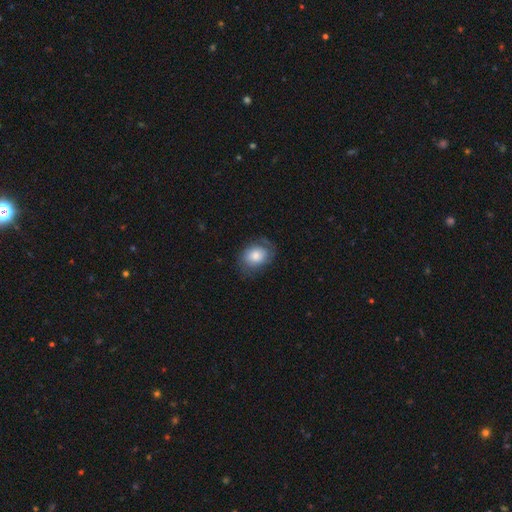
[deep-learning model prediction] This appears to be a smooth galaxy with no disk features (63%) that is in between round and cigar-shaped (60%). Merging: none (64%).